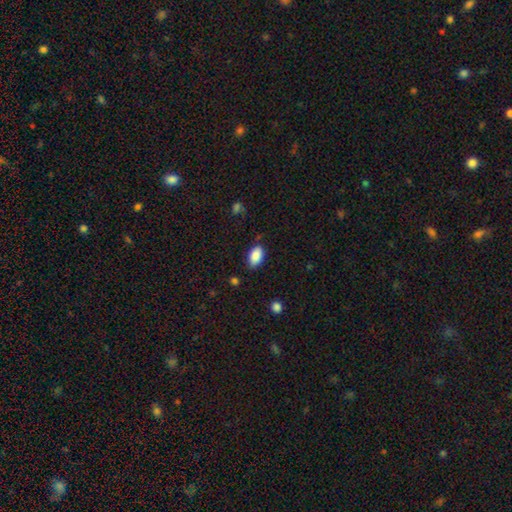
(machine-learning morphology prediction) Smooth or featured: smooth — 88% (star or artifact — 7%)
How rounded: in between — 93% (round — 5%)
Merging: none — 78% (minor disturbance — 16%)